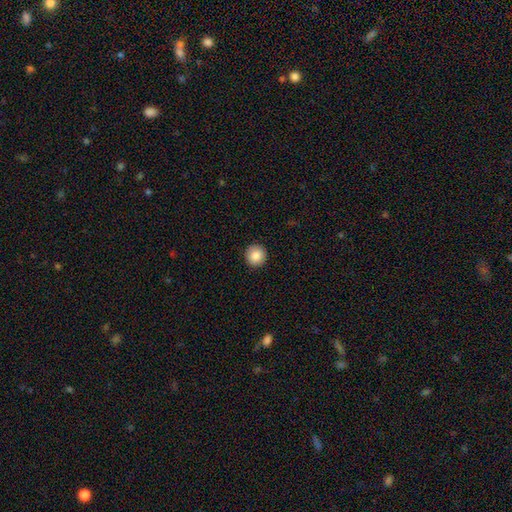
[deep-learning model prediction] Overall: smooth (86%). How rounded: round (95%). Merging: none (93%).